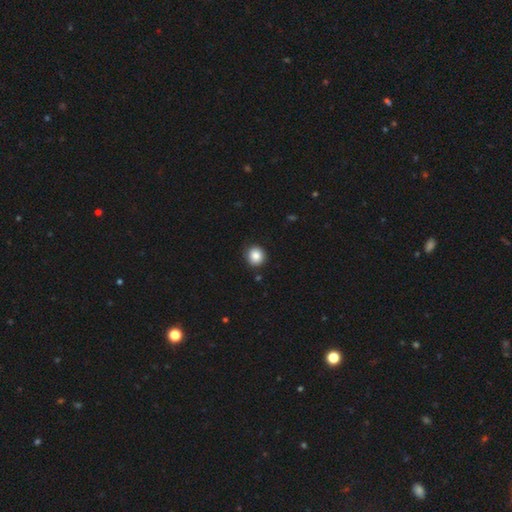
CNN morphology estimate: type=smooth (86%); roundness=round (88%); merging=none (87%).